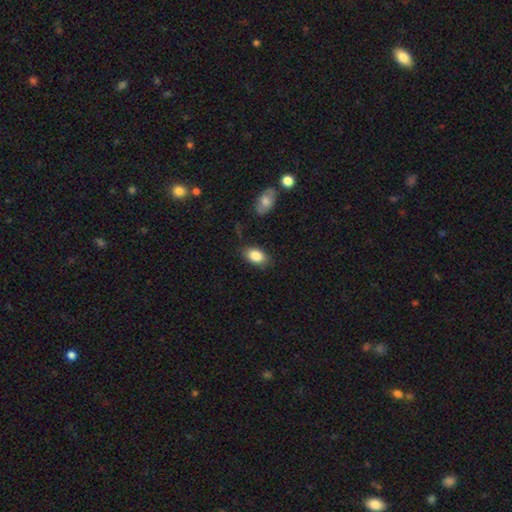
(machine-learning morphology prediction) Smooth or featured?
  - smooth: 85% *
  - star or artifact: 7%
  - featured or disk: 7%
How rounded?
  - in between: 88% *
  - round: 10%
  - cigar-shaped: 2%
Merging?
  - none: 78% *
  - minor disturbance: 16%
  - major disturbance: 4%
  - merger: 2%